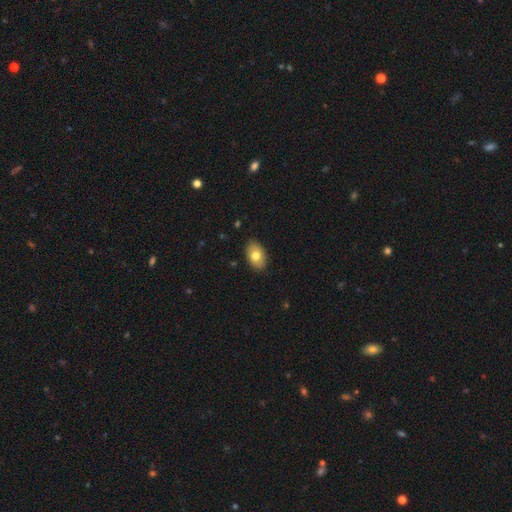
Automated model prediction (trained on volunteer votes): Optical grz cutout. It shows a smooth galaxy with no disk features (76%) that is in between round and cigar-shaped (90%). Merging: none (87%).